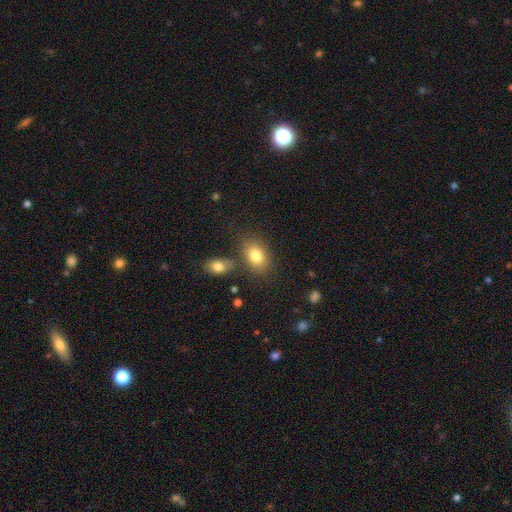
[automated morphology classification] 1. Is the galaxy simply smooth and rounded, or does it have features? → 81% smooth, 10% featured or disk, 9% star or artifact.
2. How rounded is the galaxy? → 82% in between, 17% round, 2% cigar-shaped.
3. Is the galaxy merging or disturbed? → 70% none, 13% minor disturbance, 12% merger, 5% major disturbance.